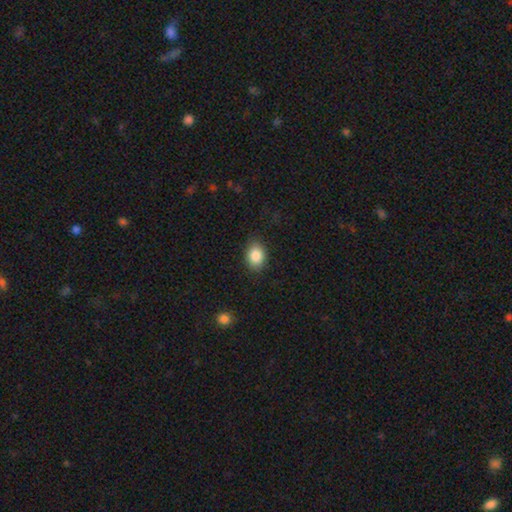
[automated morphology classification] Smooth or featured: smooth — 85% (star or artifact — 8%)
How rounded: in between — 66% (round — 33%)
Merging: none — 84% (minor disturbance — 12%)